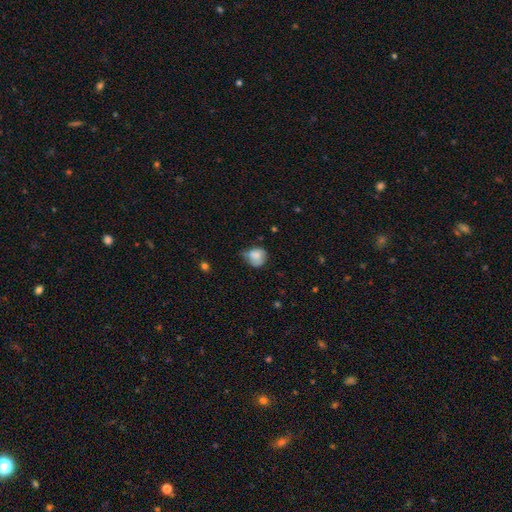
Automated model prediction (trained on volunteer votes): smooth_or_featured: smooth (p=0.78) [alt: featured or disk p=0.14]
how_rounded: round (p=0.71) [alt: in between p=0.28]
merging: minor disturbance (p=0.41) [alt: none p=0.40]